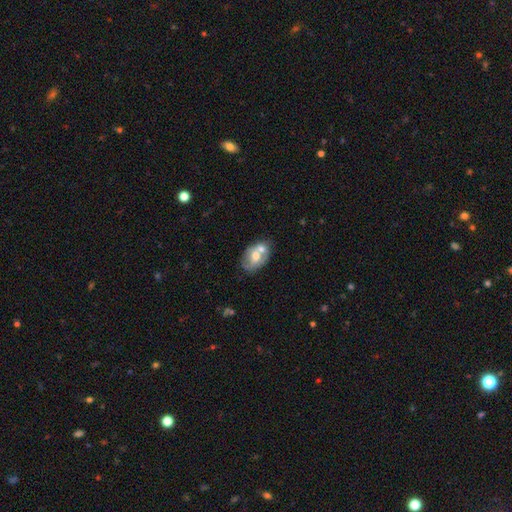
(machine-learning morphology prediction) This is possibly a featured or disk galaxy (48%). Merging: marginally merger (42%).